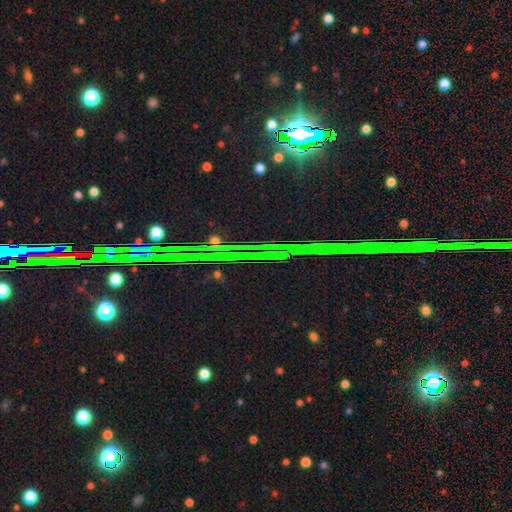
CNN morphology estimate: Overall: star or artifact (84%).